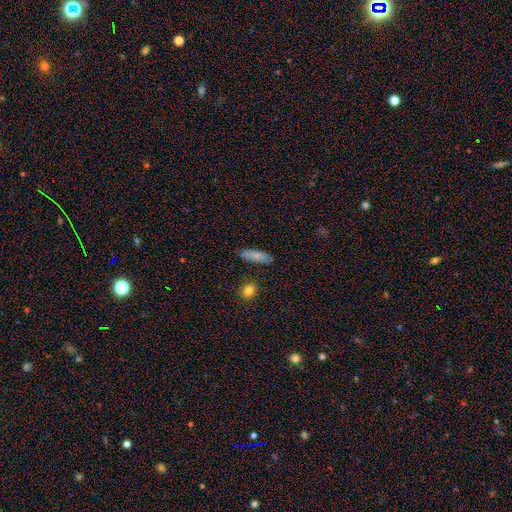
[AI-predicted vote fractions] Smooth or featured? Predicted: smooth (p=0.77). How rounded? Predicted: cigar-shaped (p=0.55). Merging? Predicted: none (p=0.83).